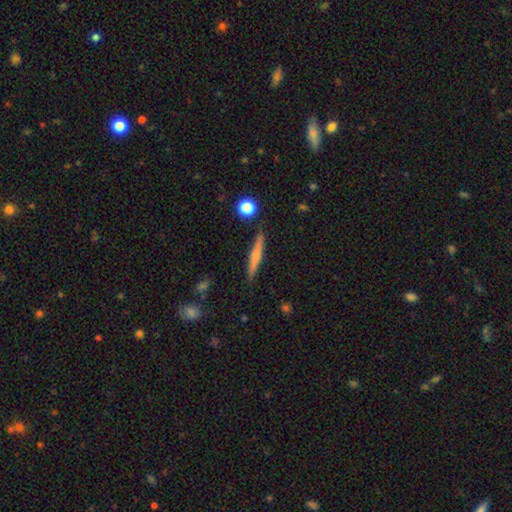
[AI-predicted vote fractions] Smooth or featured: smooth — 52% (featured or disk — 41%)
How rounded: cigar-shaped — 93% (in between — 5%)
Merging: none — 88% (minor disturbance — 8%)